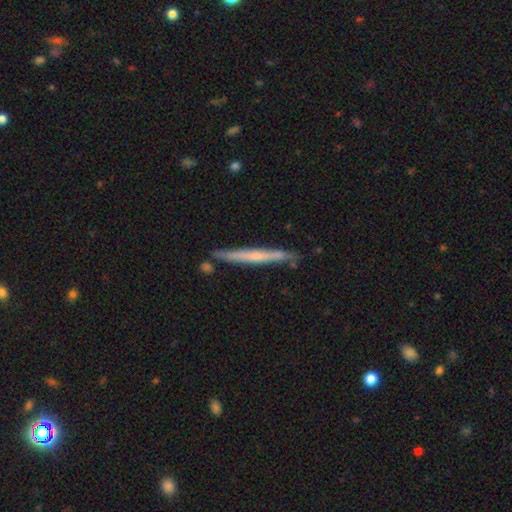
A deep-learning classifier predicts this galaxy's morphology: Smooth or featured? featured or disk (51%)
Edge-on disk? yes (95%)
Merging? none (82%)